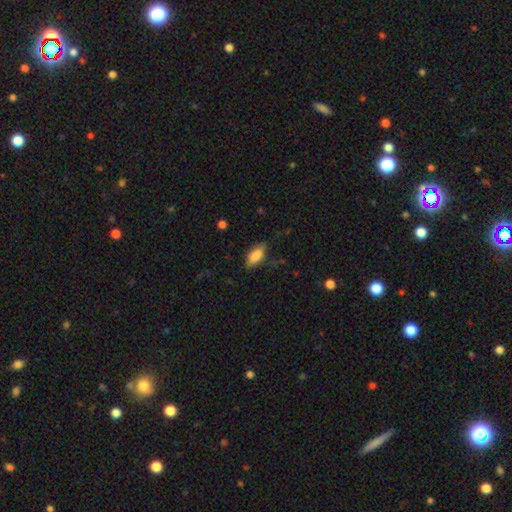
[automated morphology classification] The model was most divided on "merging": none: 75%, minor disturbance: 19%, major disturbance: 5%, merger: 1%. More confident: how rounded — in between (87%); smooth or featured — smooth (85%).